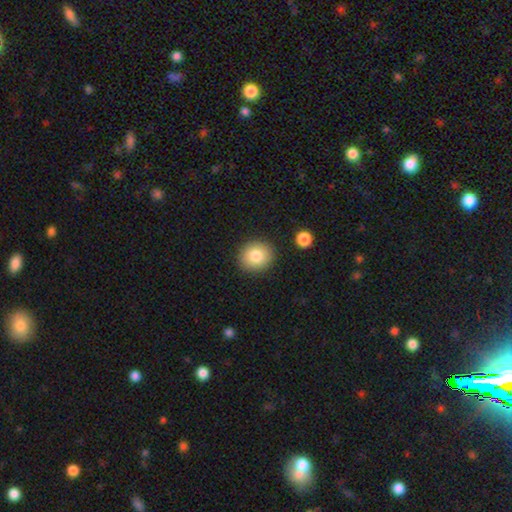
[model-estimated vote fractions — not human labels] This appears to be a smooth galaxy with no disk features (81%) that is round (79%). Merging: none (88%).